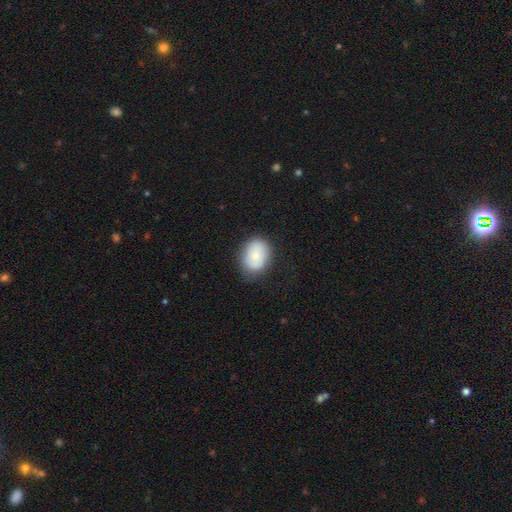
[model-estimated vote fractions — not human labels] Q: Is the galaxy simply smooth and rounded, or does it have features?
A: smooth — 82%.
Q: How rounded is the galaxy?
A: in between — 62%.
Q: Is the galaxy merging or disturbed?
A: none — 78%.